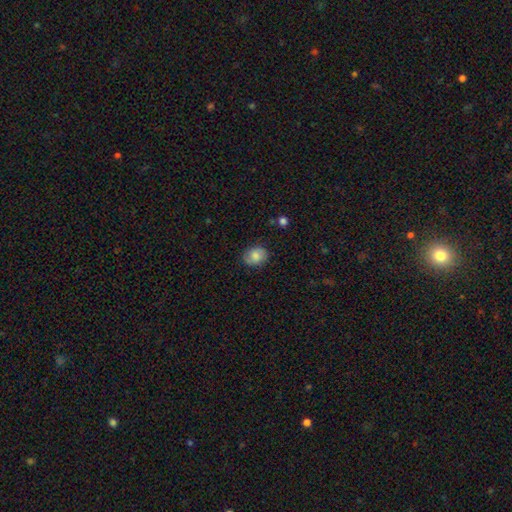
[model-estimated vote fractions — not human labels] Smooth or featured?
  - smooth: 73% *
  - featured or disk: 19%
  - star or artifact: 8%
How rounded?
  - in between: 52% *
  - round: 47%
  - cigar-shaped: 1%
Merging?
  - none: 80% *
  - minor disturbance: 15%
  - major disturbance: 3%
  - merger: 1%